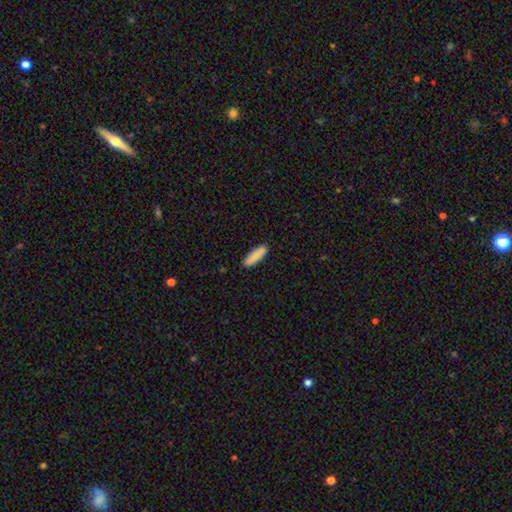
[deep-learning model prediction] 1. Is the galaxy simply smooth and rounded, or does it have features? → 85% smooth, 9% featured or disk, 6% star or artifact.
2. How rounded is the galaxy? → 62% cigar-shaped, 36% in between, 2% round.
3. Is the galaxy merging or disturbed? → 86% none, 10% minor disturbance, 2% merger, 2% major disturbance.